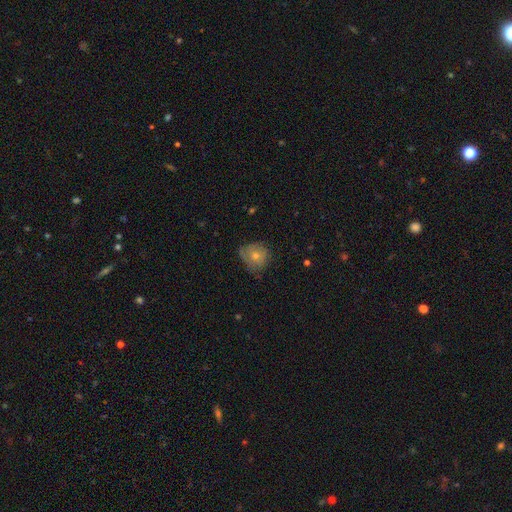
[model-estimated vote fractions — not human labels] The model was most divided on "smooth or featured": smooth: 58%, featured or disk: 29%, star or artifact: 13%. More confident: how rounded — round (82%); merging — none (63%).